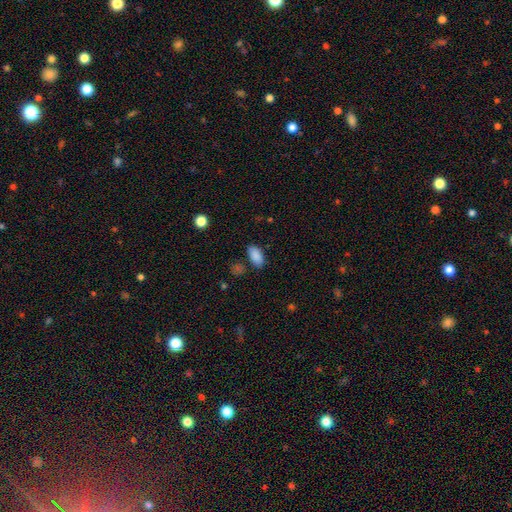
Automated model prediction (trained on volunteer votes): smooth-or-featured: smooth: 88% | star or artifact: 8% | featured or disk: 4%
  how-rounded: in between: 92% | cigar-shaped: 4% | round: 3%
  merging: none: 79% | minor disturbance: 13% | merger: 4% | major disturbance: 3%